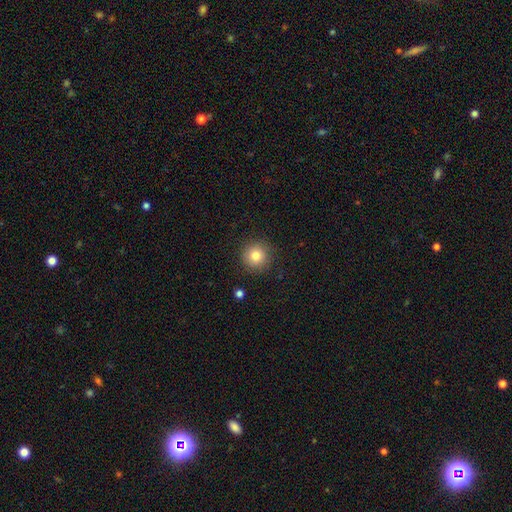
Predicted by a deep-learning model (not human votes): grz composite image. It shows a smooth galaxy with no disk features (81%) that is round (95%). Merging: none (89%).